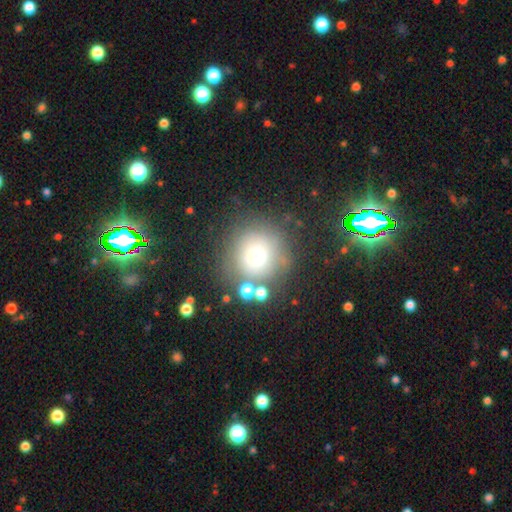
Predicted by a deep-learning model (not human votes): Smooth or featured? smooth (62%)
How rounded? round (94%)
Merging? none (77%)